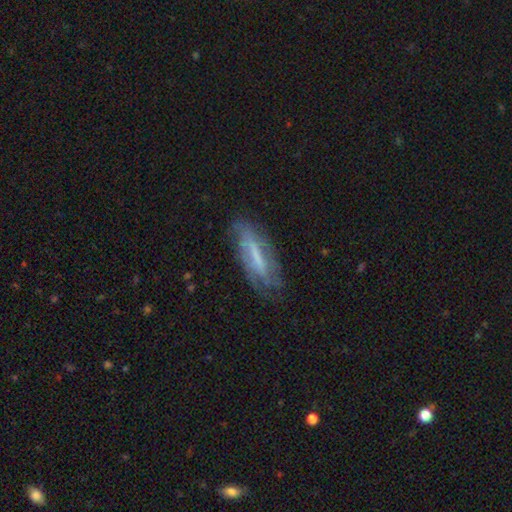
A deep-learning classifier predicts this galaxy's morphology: This appears to be a featured or disk galaxy (60%). Merging: none (68%).